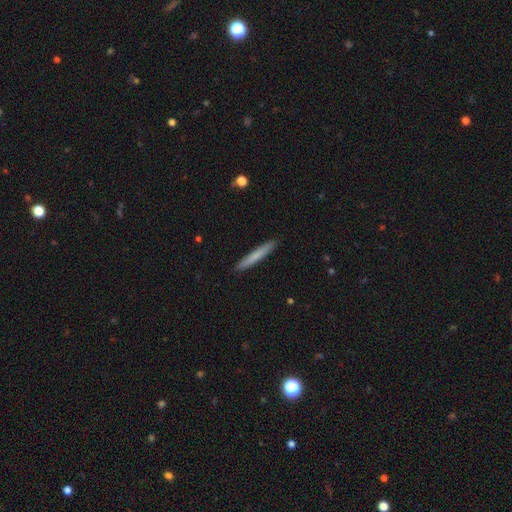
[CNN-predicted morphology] smooth_or_featured: smooth (p=0.72) [alt: featured or disk p=0.22]
how_rounded: cigar-shaped (p=0.96) [alt: in between p=0.02]
merging: none (p=0.92) [alt: minor disturbance p=0.06]